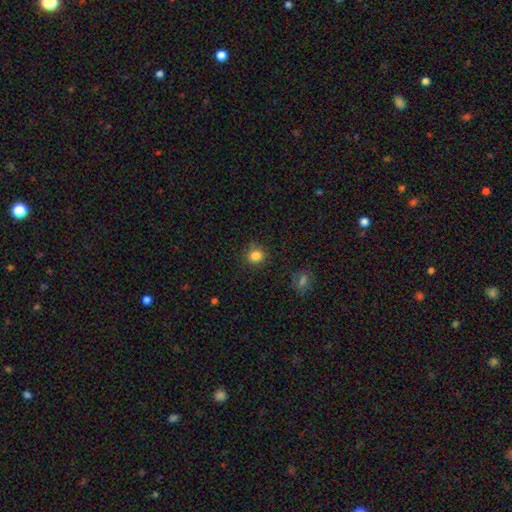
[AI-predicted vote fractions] Smooth or featured? smooth (83%)
How rounded? round (79%)
Merging? none (82%)